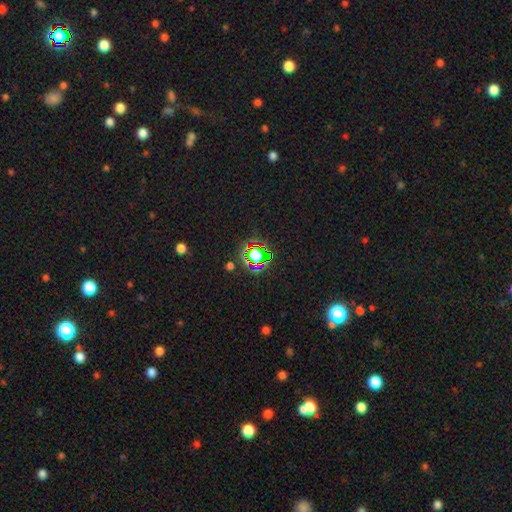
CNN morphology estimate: smooth_or_featured: star or artifact (p=0.66) [alt: smooth p=0.23]